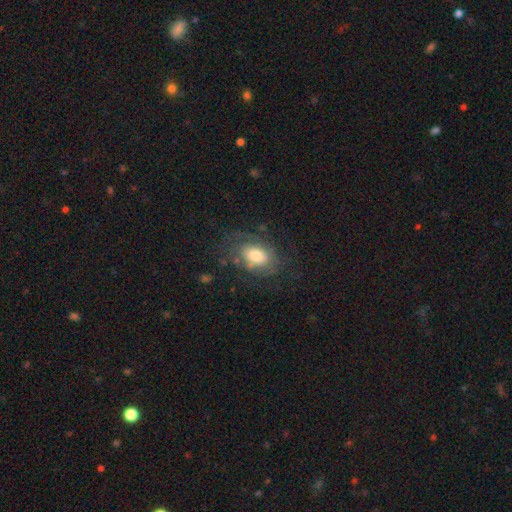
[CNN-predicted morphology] Smooth or featured: smooth — 51% (featured or disk — 40%)
How rounded: in between — 83% (round — 15%)
Merging: none — 62% (minor disturbance — 21%)